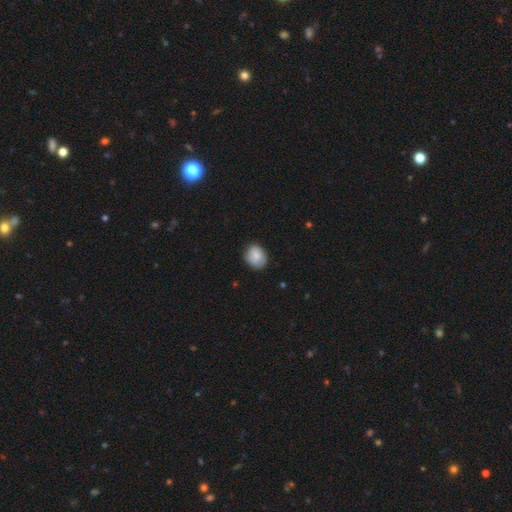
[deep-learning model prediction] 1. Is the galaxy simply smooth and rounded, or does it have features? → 80% smooth, 13% featured or disk, 7% star or artifact.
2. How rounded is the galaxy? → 60% round, 39% in between, 1% cigar-shaped.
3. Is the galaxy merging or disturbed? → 78% none, 18% minor disturbance, 3% major disturbance, 1% merger.